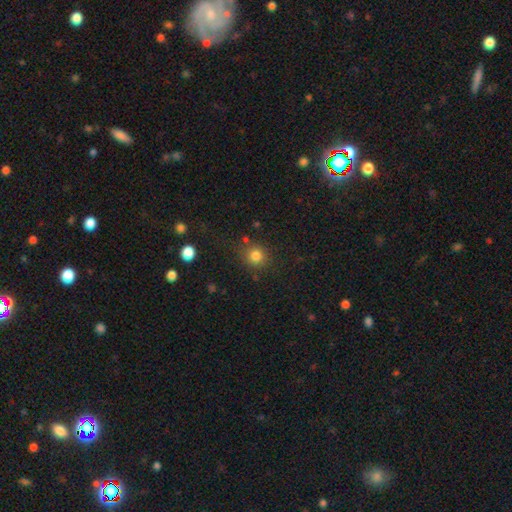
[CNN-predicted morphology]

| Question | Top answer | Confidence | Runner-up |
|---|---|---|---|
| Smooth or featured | smooth | 81% | star or artifact (13%) |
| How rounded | round | 87% | in between (12%) |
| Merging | none | 80% | minor disturbance (11%) |